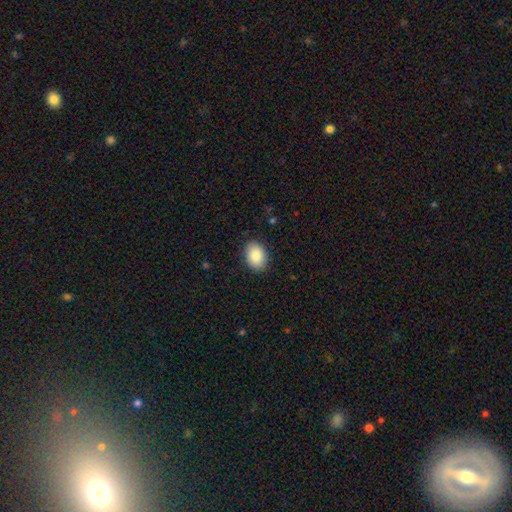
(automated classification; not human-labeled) Smooth or featured: smooth — 88% (star or artifact — 6%)
How rounded: in between — 81% (round — 18%)
Merging: none — 88% (minor disturbance — 9%)